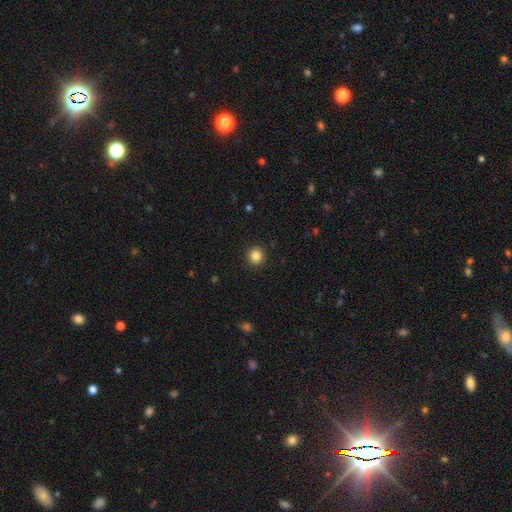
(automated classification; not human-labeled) The model was most divided on "smooth or featured": smooth: 85%, star or artifact: 11%, featured or disk: 4%. More confident: how rounded — round (93%); merging — none (93%).